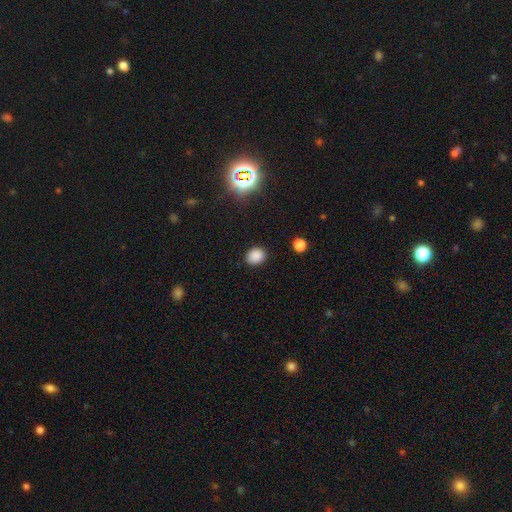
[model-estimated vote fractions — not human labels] Q: Smooth or featured?
A: smooth (84%); runner-up: star or artifact (12%)
Q: How rounded?
A: round (64%); runner-up: in between (35%)
Q: Merging?
A: none (89%); runner-up: minor disturbance (7%)